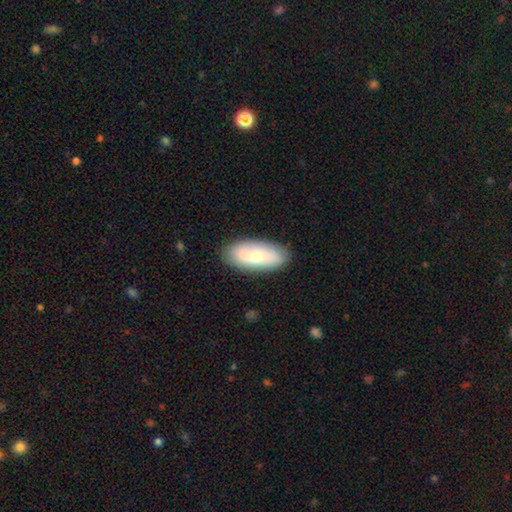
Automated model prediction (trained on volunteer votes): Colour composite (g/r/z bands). It shows a smooth galaxy with no disk features (61%) that is in between round and cigar-shaped (87%). Merging: none (81%).